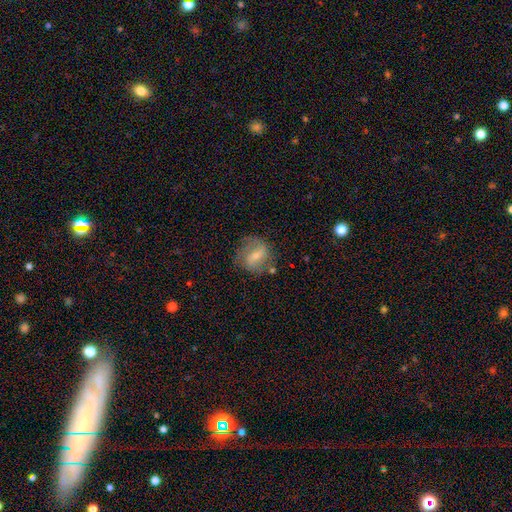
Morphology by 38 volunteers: Smooth or featured?
  - featured or disk: 63% *
  - smooth: 29%
  - star or artifact: 8%
Edge-on disk?
  - no: 96% *
  - yes: 4%
Bar?
  - weak: 74% *
  - strong: 13%
  - no: 13%
Spiral arms?
  - yes: 91% *
  - no: 9%
Spiral winding?
  - loose: 71% *
  - medium: 19%
  - tight: 10%
Spiral arm count?
  - 2: 76% *
  - 1: 19%
  - can't tell: 5%
  - 3: 0%
  - 4: 0%
  - more than 4: 0%
Bulge size?
  - small: 65% *
  - moderate: 22%
  - none: 13%
  - dominant: 0%
  - large: 0%
Merging?
  - none: 60% *
  - minor disturbance: 20%
  - major disturbance: 17%
  - merger: 3%